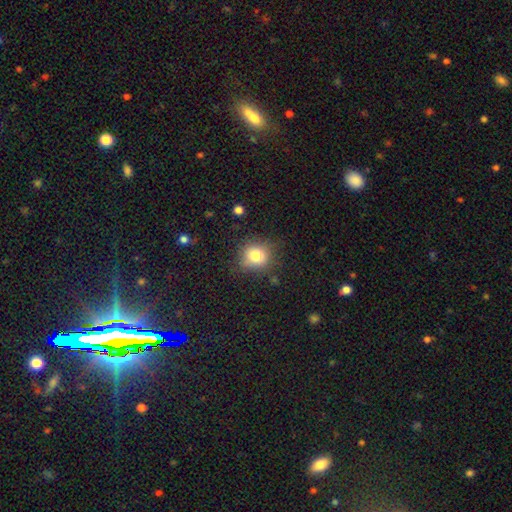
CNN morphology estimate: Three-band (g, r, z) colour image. It shows a smooth galaxy with no disk features (79%) that is round (82%). Merging: none (79%).